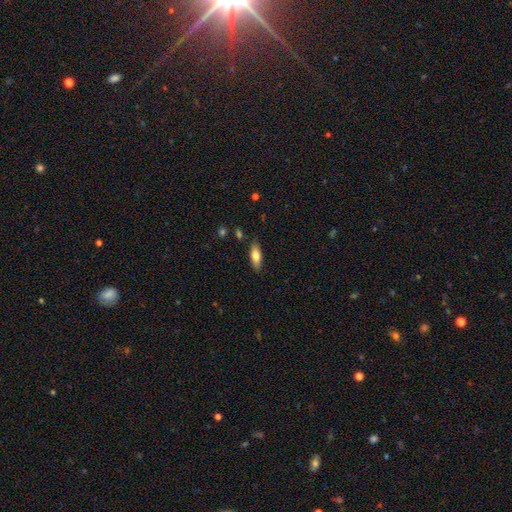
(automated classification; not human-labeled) Smooth or featured? smooth (74%)
How rounded? in between (68%)
Merging? none (81%)